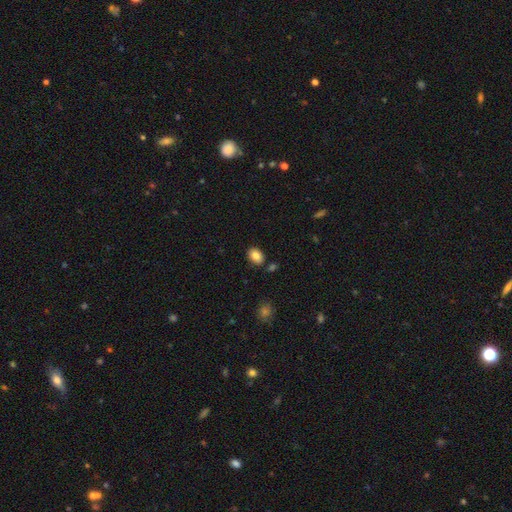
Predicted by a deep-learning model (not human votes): A smooth galaxy with no disk features (84%) that is in between round and cigar-shaped (76%). Merging: none (84%).